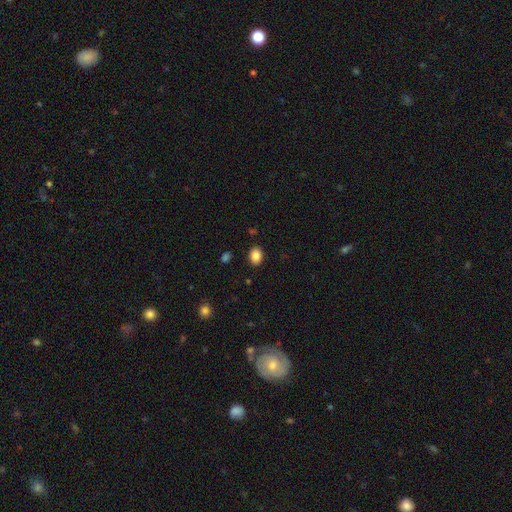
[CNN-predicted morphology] A smooth galaxy with no disk features (87%) that is in between round and cigar-shaped (67%).

Vote fractions:
- Smooth or featured? smooth: 87% / star or artifact: 9% / featured or disk: 4%
- How rounded? in between: 67% / round: 32% / cigar-shaped: 1%
- Merging? none: 89% / minor disturbance: 8% / major disturbance: 2% / merger: 2%